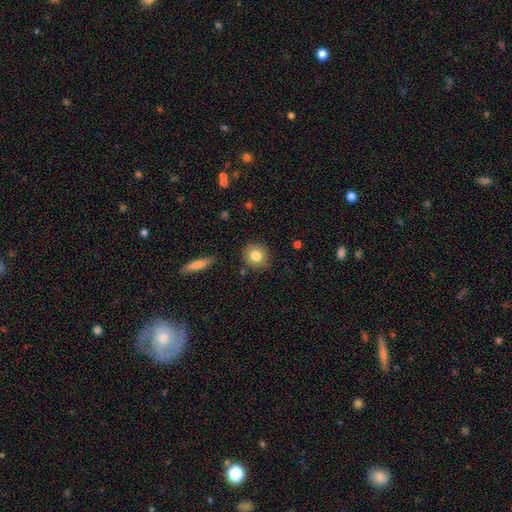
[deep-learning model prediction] A smooth galaxy with no disk features (82%) that is round (90%). Merging: none (87%).